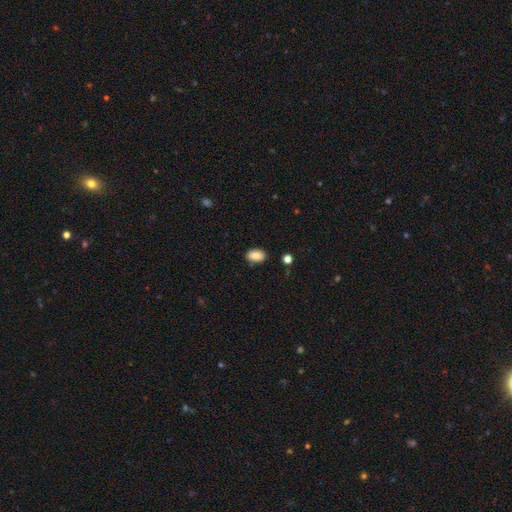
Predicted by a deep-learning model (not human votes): smooth-or-featured: smooth: 87% | star or artifact: 8% | featured or disk: 5%
  how-rounded: in between: 91% | round: 8% | cigar-shaped: 2%
  merging: none: 84% | minor disturbance: 11% | major disturbance: 2% | merger: 2%